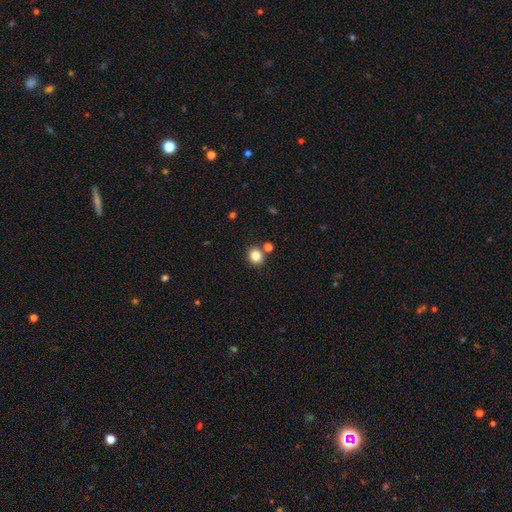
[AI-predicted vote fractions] Morphology: type=smooth (83%); roundness=round (76%); merging=none (80%).